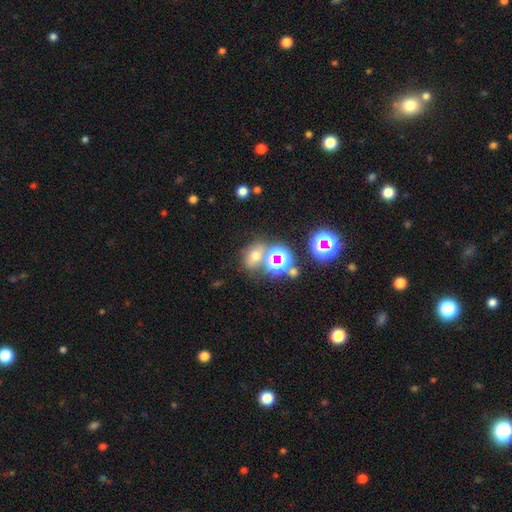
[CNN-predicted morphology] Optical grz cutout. It shows a smooth galaxy with no disk features (56%) that is round (54%). Merging: none (62%).